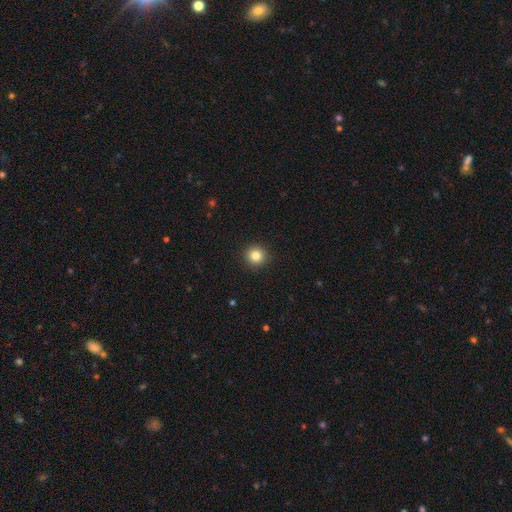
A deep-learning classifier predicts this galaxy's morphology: smooth-or-featured: smooth: 84% | star or artifact: 11% | featured or disk: 6%
  how-rounded: round: 95% | in between: 4% | cigar-shaped: 1%
  merging: none: 93% | minor disturbance: 5% | major disturbance: 2% | merger: 1%